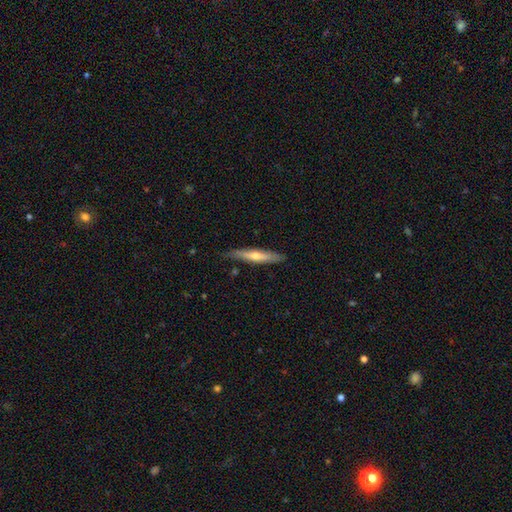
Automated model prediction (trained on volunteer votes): A featured or disk galaxy (54%) viewed edge-on (91%). Merging: none (84%).